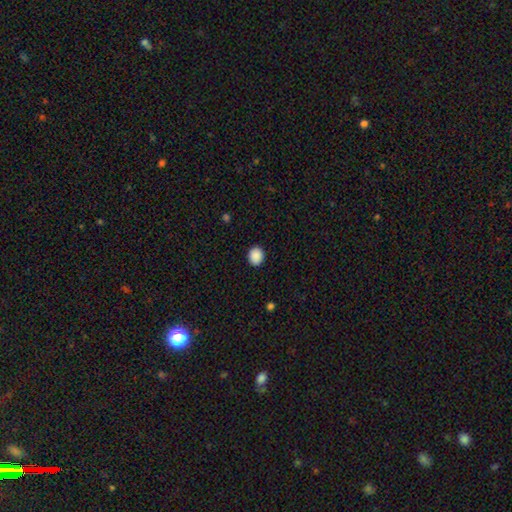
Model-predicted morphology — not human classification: Overall: smooth (89%). How rounded: round (74%). Merging: none (91%).